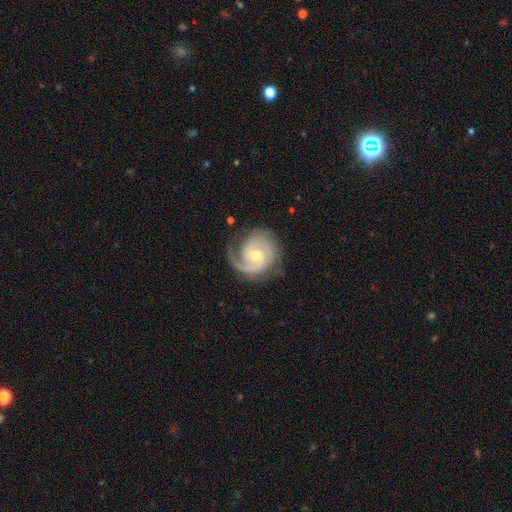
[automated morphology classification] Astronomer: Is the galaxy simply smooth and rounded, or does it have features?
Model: featured or disk — 89%.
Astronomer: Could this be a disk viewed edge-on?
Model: no — 98%.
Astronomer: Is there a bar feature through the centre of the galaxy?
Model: no — 63%.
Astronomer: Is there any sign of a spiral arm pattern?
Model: yes — 98%.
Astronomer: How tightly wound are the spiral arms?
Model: tight — 55% (runner-up: medium, 37%).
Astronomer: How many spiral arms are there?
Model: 2 — 53%.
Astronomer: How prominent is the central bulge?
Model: small — 51% (runner-up: moderate, 46%).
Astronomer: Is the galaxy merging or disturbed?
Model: none — 71%.